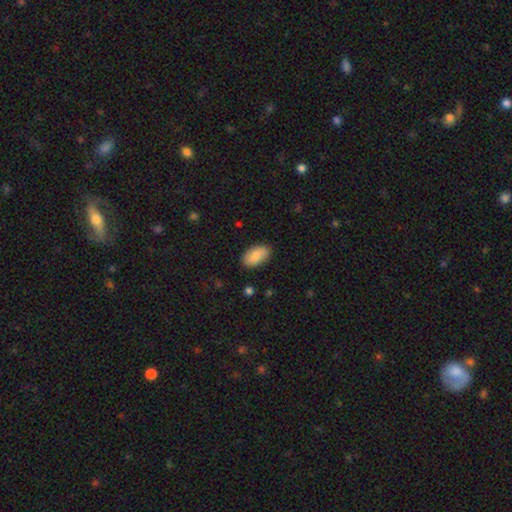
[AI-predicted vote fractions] Smooth or featured: smooth — 77% (featured or disk — 16%)
How rounded: in between — 94% (round — 4%)
Merging: none — 84% (minor disturbance — 12%)